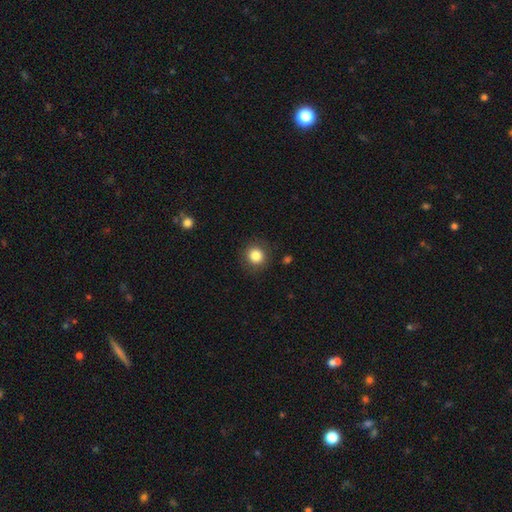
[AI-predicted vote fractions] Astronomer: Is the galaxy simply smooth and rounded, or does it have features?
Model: smooth — 84%.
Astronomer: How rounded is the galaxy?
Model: round — 90%.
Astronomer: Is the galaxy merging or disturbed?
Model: none — 89%.